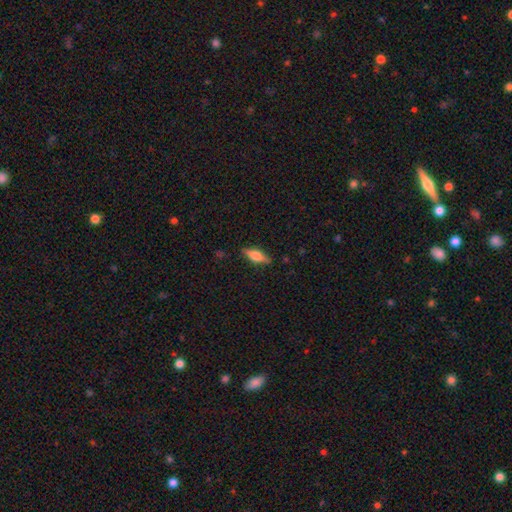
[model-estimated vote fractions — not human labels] smooth_or_featured: smooth (p=0.54) [alt: featured or disk p=0.39]
how_rounded: in between (p=0.56) [alt: cigar-shaped p=0.41]
merging: none (p=0.85) [alt: minor disturbance p=0.12]